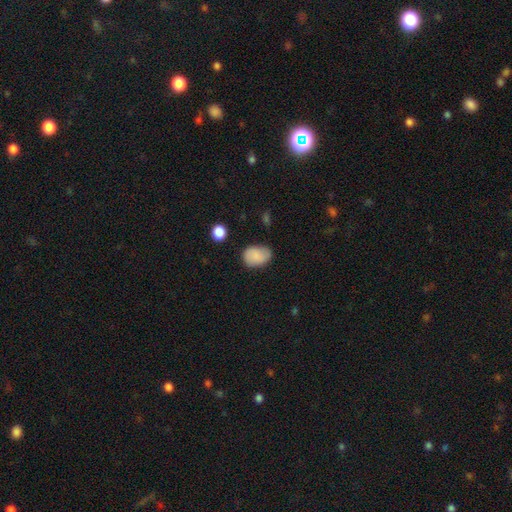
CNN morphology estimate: Smooth or featured? smooth (84%)
How rounded? in between (76%)
Merging? none (72%)